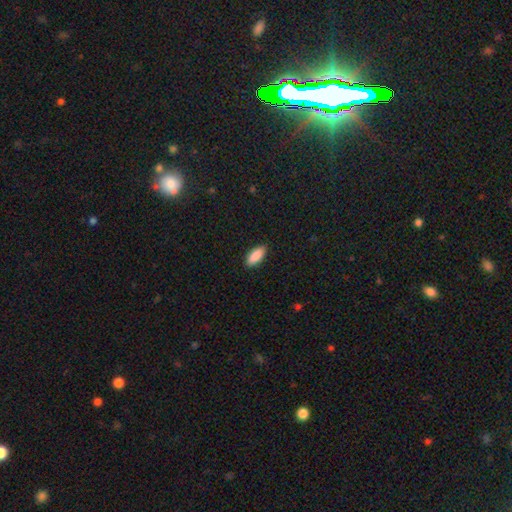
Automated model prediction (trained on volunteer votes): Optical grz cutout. It shows a smooth galaxy with no disk features (90%) that is in between round and cigar-shaped (82%). Merging: none (89%).